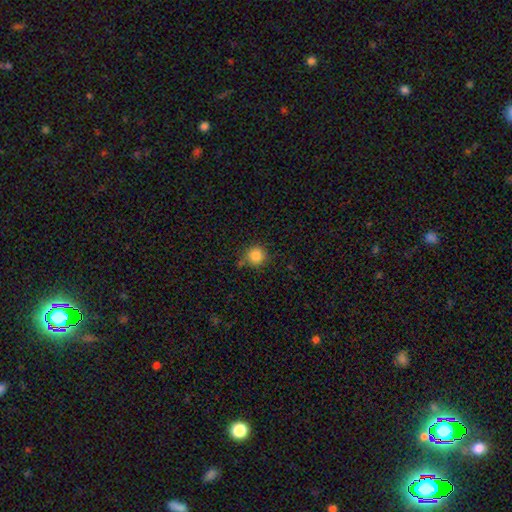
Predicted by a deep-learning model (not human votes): smooth_or_featured: smooth (p=0.84) [alt: star or artifact p=0.11]
how_rounded: round (p=0.94) [alt: in between p=0.06]
merging: none (p=0.79) [alt: minor disturbance p=0.13]